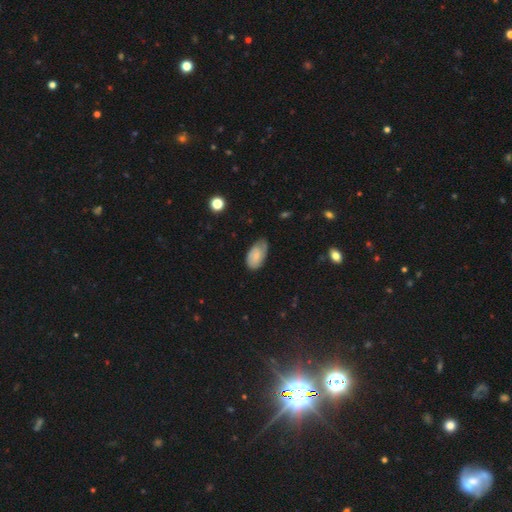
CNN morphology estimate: This appears to be a smooth galaxy with no disk features (70%) that is in between round and cigar-shaped (94%). Merging: none (51%).